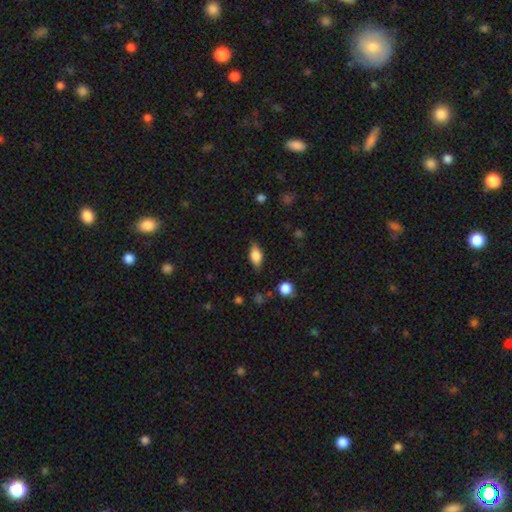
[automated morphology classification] The model was most divided on "smooth or featured": smooth: 77%, featured or disk: 15%, star or artifact: 8%. More confident: how rounded — in between (85%); merging — none (80%).